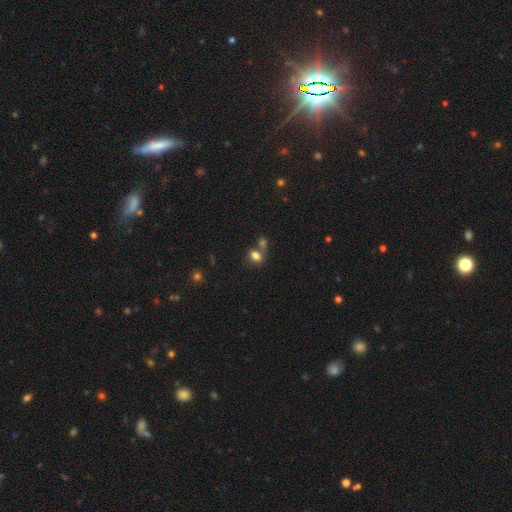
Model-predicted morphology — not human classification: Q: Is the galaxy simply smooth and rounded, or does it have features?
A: smooth — 79%.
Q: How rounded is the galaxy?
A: in between — 73%.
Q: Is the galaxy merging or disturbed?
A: none — 47%.